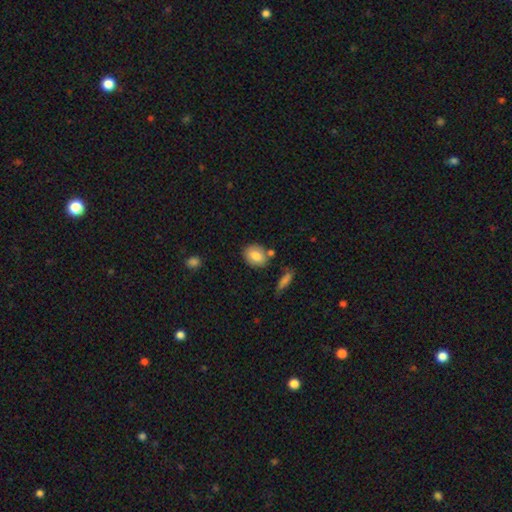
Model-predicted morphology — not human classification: Smooth or featured? Predicted: smooth (p=0.81). How rounded? Predicted: in between (p=0.58). Merging? Predicted: none (p=0.74).